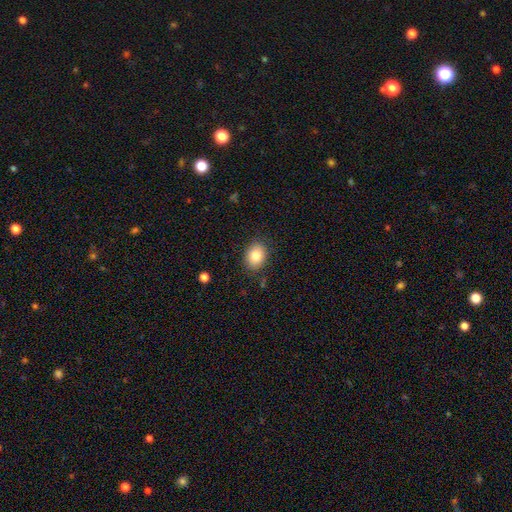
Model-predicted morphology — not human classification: Smooth or featured? Predicted: smooth (p=0.85). How rounded? Predicted: in between (p=0.62). Merging? Predicted: none (p=0.85).